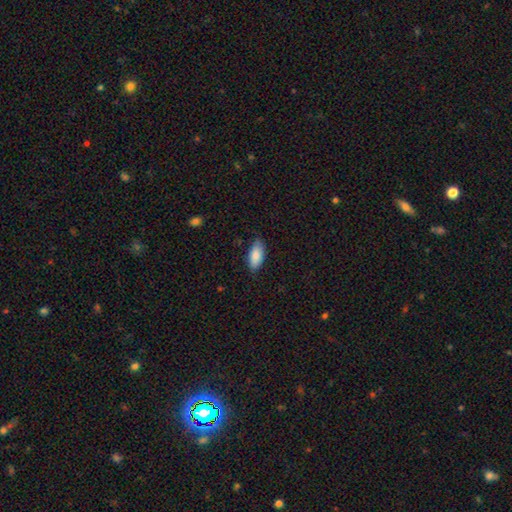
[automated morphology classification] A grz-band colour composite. It shows a smooth galaxy with no disk features (87%) that is in between round and cigar-shaped (85%). Merging: none (82%).